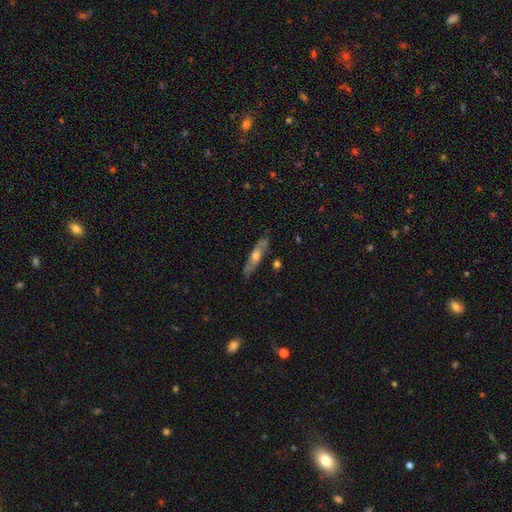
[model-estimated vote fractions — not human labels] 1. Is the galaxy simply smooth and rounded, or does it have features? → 53% featured or disk, 41% smooth, 6% star or artifact.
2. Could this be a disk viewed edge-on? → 63% yes, 37% no.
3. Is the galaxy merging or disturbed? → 80% none, 14% minor disturbance, 3% major disturbance, 2% merger.